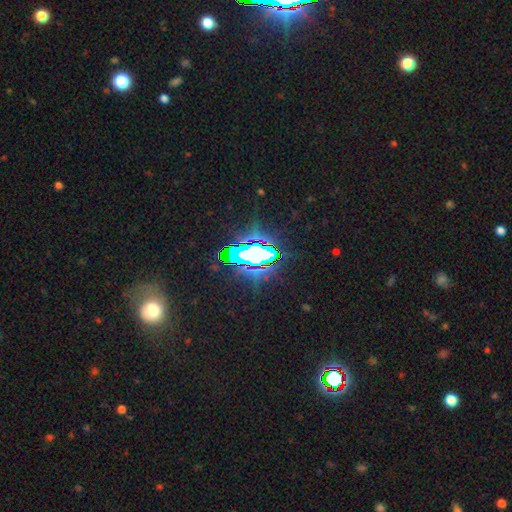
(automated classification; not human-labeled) This is likely a star or artifact rather than a galaxy (68%).